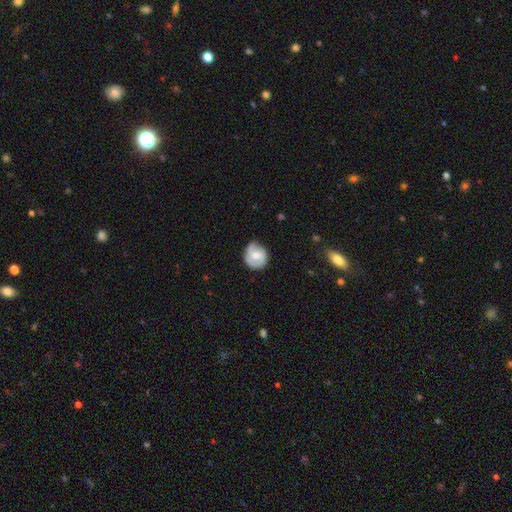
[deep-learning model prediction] smooth_or_featured: featured or disk (p=0.55) [alt: smooth p=0.39]
disk_edge_on: no (p=0.97) [alt: yes p=0.03]
bar: no (p=0.54) [alt: weak p=0.38]
has_spiral_arms: yes (p=0.79) [alt: no p=0.21]
bulge_size: moderate (p=0.65) [alt: small p=0.27]
merging: none (p=0.62) [alt: minor disturbance p=0.29]